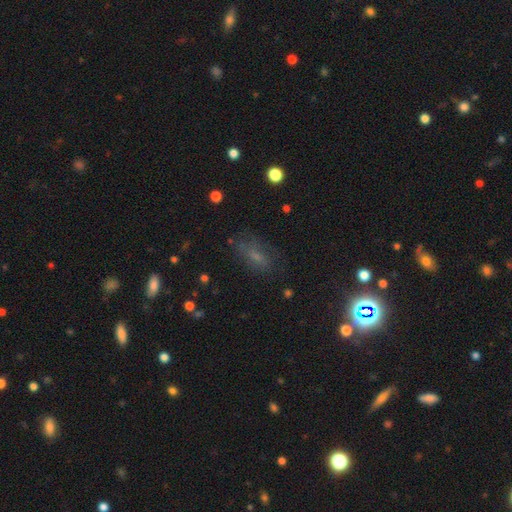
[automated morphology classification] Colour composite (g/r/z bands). It shows a smooth galaxy with no disk features (51%) that is in between round and cigar-shaped (78%). Merging: none (65%).